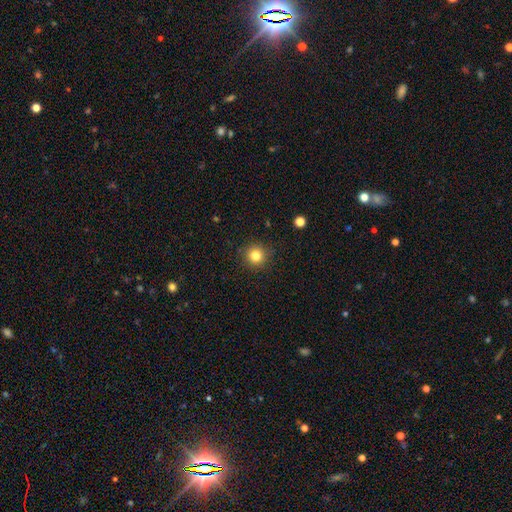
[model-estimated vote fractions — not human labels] Smooth or featured? Predicted: smooth (p=0.82). How rounded? Predicted: round (p=0.95). Merging? Predicted: none (p=0.91).